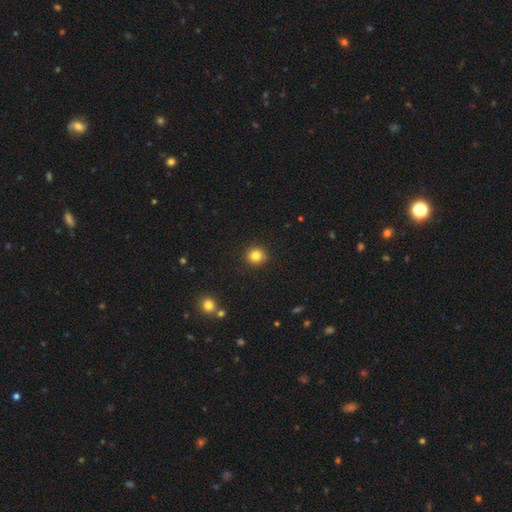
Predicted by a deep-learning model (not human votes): The model was most divided on "smooth or featured": smooth: 83%, star or artifact: 12%, featured or disk: 6%. More confident: how rounded — round (92%); merging — none (92%).